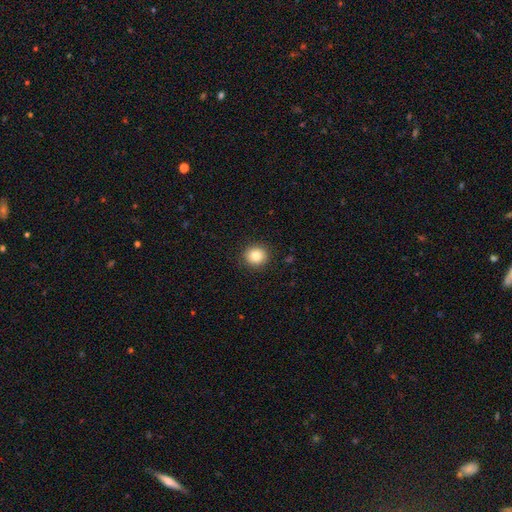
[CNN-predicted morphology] A smooth galaxy with no disk features (84%) that is round (87%). Merging: none (91%).